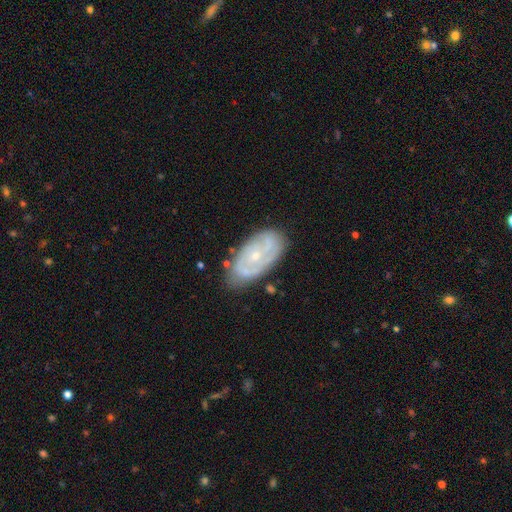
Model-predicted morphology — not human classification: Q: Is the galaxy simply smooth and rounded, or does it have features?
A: featured or disk — 77%.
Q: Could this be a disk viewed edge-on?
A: no — 95%.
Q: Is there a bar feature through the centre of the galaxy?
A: no — 75%.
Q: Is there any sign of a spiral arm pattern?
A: yes — 85%.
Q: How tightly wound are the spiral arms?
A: tight — 59%.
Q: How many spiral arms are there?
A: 2 — 44%.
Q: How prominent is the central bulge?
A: small — 71%.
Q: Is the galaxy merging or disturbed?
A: none — 76%.